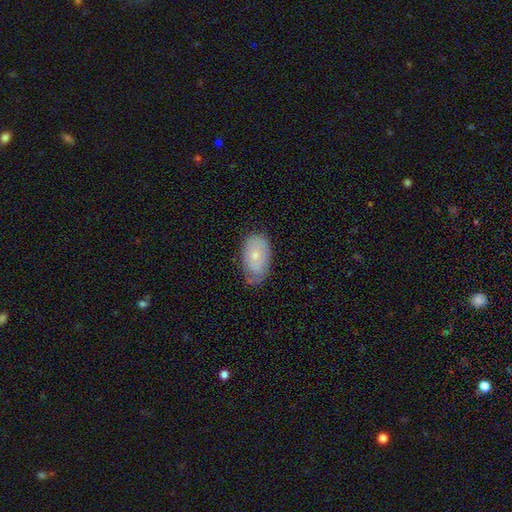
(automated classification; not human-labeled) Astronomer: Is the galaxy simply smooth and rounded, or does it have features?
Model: smooth — 62%.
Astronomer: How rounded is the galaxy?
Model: in between — 91%.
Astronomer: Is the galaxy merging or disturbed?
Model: none — 55% (runner-up: minor disturbance, 36%).